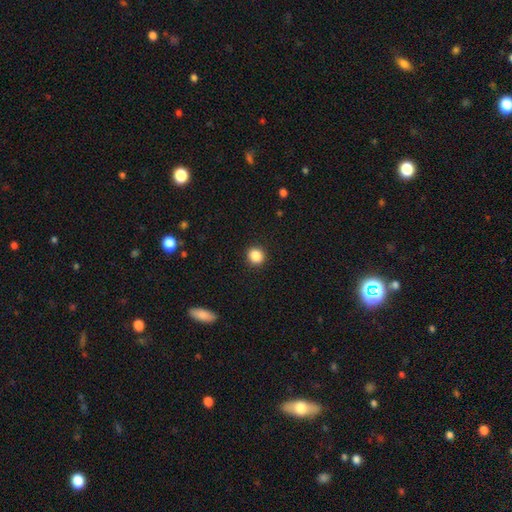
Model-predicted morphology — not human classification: smooth_or_featured: smooth (p=0.87) [alt: star or artifact p=0.10]
how_rounded: round (p=0.86) [alt: in between p=0.13]
merging: none (p=0.91) [alt: minor disturbance p=0.06]